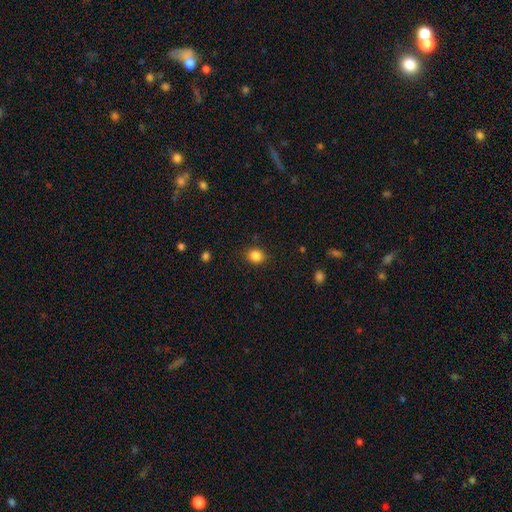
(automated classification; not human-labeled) Overall: smooth (85%). How rounded: round (74%). Merging: none (88%).